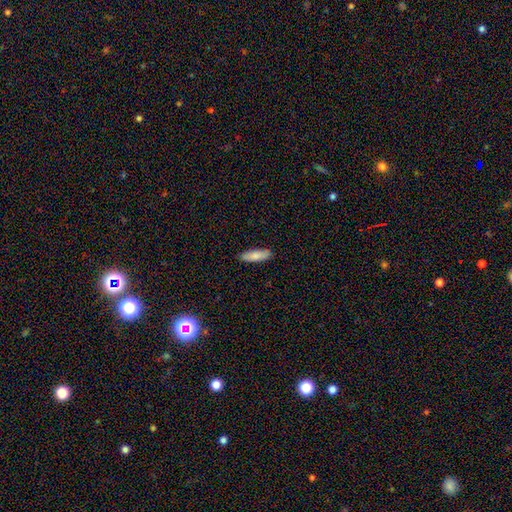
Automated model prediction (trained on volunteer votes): smooth_or_featured: smooth (p=0.84) [alt: featured or disk p=0.10]
how_rounded: in between (p=0.49) [tied with: cigar-shaped p=0.49]
merging: none (p=0.89) [alt: minor disturbance p=0.08]